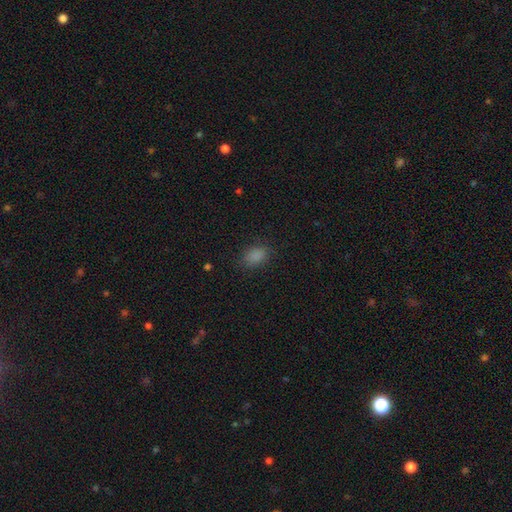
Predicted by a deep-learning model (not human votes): Q: Smooth or featured?
A: smooth (84%); runner-up: star or artifact (12%)
Q: How rounded?
A: in between (84%); runner-up: round (14%)
Q: Merging?
A: none (82%); runner-up: minor disturbance (13%)